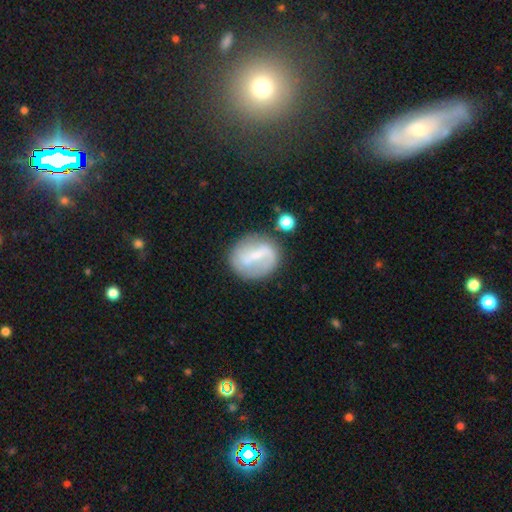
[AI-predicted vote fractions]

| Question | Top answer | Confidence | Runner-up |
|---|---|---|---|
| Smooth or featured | featured or disk | 60% | smooth (33%) |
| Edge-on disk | no | 96% | yes (4%) |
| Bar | strong | 51% | weak (36%) |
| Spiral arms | yes | 60% | no (40%) |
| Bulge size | small | 54% | none (23%) |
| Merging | none | 70% | minor disturbance (18%) |